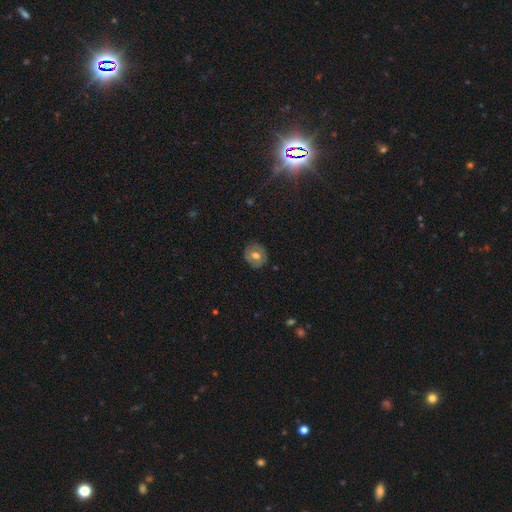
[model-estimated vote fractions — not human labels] Smooth or featured?
  - smooth: 62% *
  - featured or disk: 30%
  - star or artifact: 9%
How rounded?
  - round: 84% *
  - in between: 15%
  - cigar-shaped: 1%
Merging?
  - none: 85% *
  - minor disturbance: 11%
  - major disturbance: 2%
  - merger: 1%